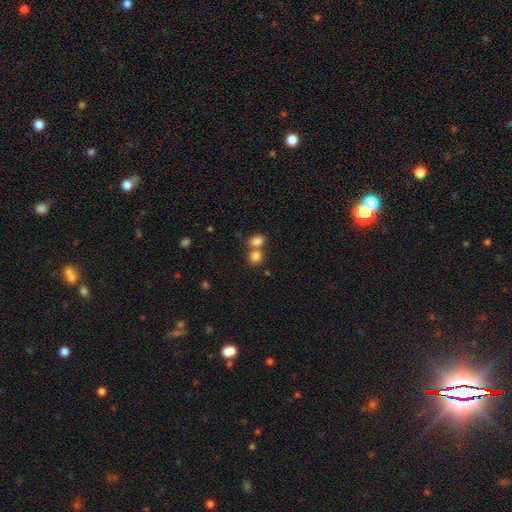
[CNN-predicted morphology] type=smooth (83%); roundness=round (69%); merging=merger (47%).